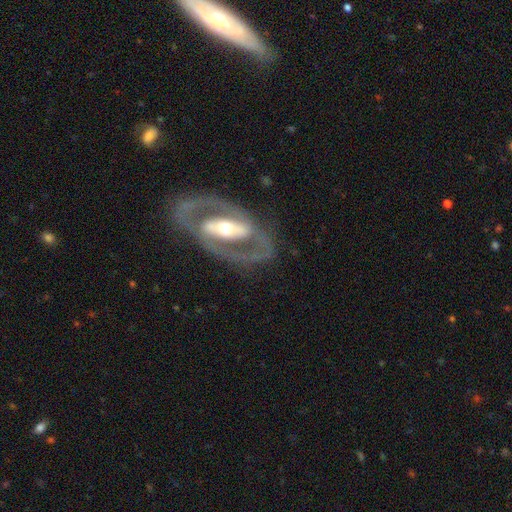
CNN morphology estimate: featured or disk 86%, smooth 9%, star or artifact 5%. Down the decision tree: edge-on disk — no (92%); bar — strong (50%); spiral arms — yes (73%); spiral arm count — 2 (86%); spiral winding — medium (46%); bulge size — moderate (66%); merging — none (80%).